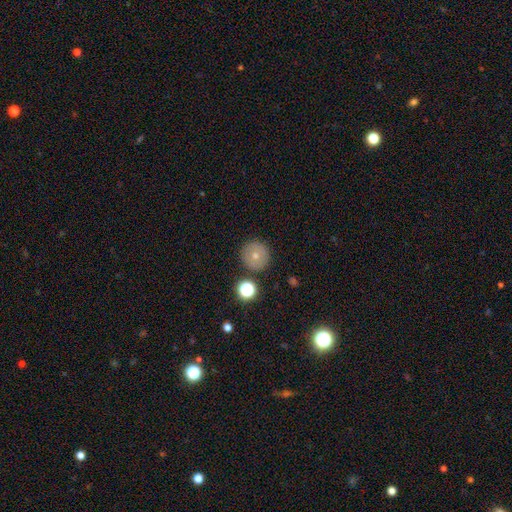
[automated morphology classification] Overall: smooth (69%). How rounded: round (96%). Merging: none (88%).